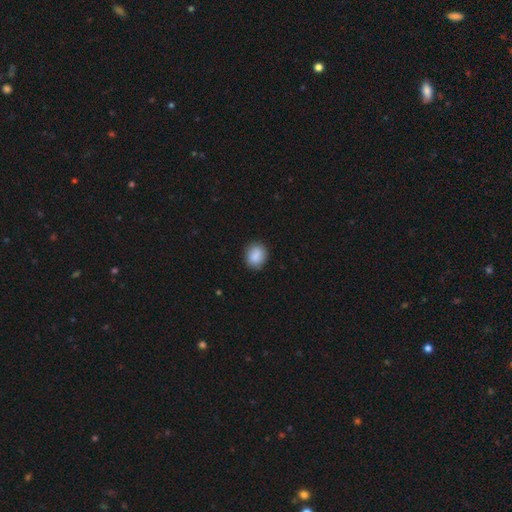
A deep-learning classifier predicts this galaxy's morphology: Q: Smooth or featured?
A: smooth (88%); runner-up: star or artifact (7%)
Q: How rounded?
A: round (60%); runner-up: in between (39%)
Q: Merging?
A: none (85%); runner-up: minor disturbance (12%)